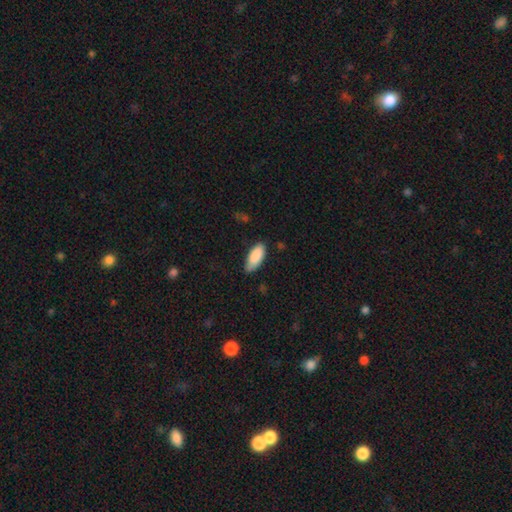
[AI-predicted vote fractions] Smooth or featured? smooth (88%)
How rounded? in between (87%)
Merging? none (71%)